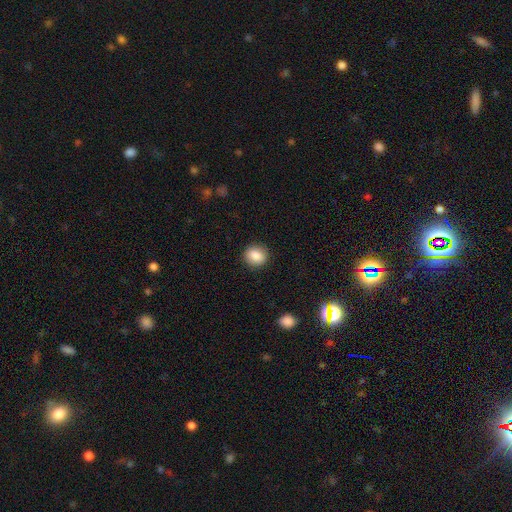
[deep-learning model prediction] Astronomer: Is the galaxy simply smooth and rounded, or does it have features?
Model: smooth — 86%.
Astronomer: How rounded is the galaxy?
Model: round — 79%.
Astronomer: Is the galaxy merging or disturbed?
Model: none — 89%.